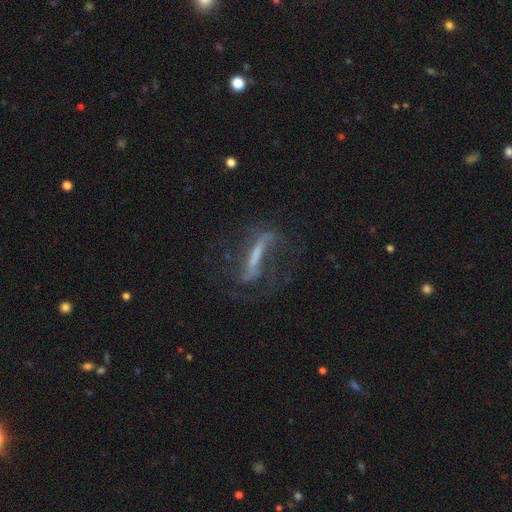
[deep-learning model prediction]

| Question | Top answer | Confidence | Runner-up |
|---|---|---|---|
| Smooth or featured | featured or disk | 72% | smooth (17%) |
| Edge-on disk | no | 64% | yes (36%) |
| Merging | none | 48% | major disturbance (31%) |